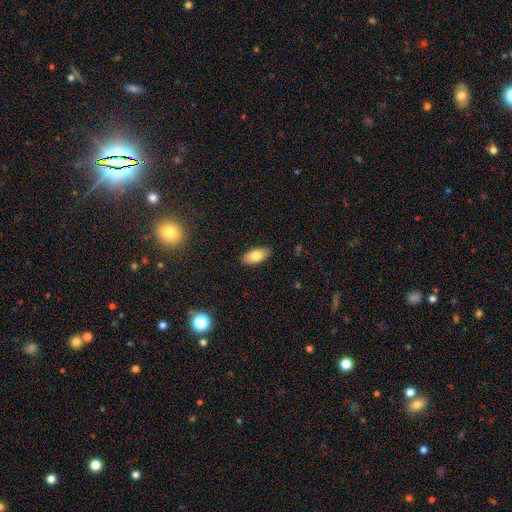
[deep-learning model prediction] This appears to be a smooth galaxy with no disk features (77%) that is in between round and cigar-shaped (92%). Merging: none (88%).